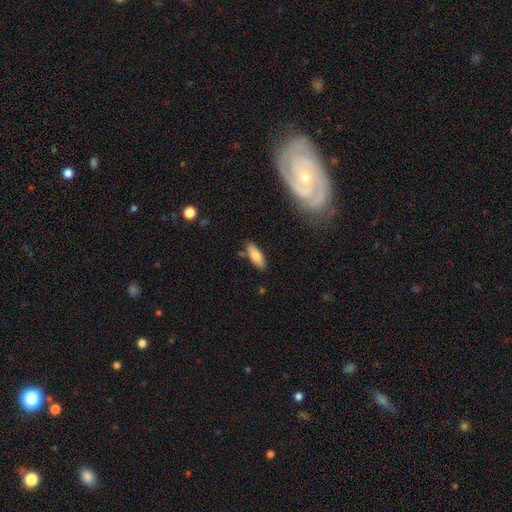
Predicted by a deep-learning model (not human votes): A smooth galaxy with no disk features (79%) that is in between round and cigar-shaped (68%). Merging: none (82%).